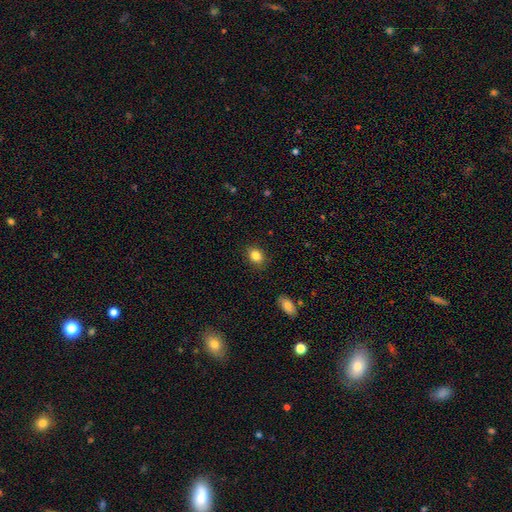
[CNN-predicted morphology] smooth_or_featured: smooth (p=0.85) [alt: star or artifact p=0.10]
how_rounded: in between (p=0.56) [alt: round p=0.43]
merging: none (p=0.87) [alt: minor disturbance p=0.09]